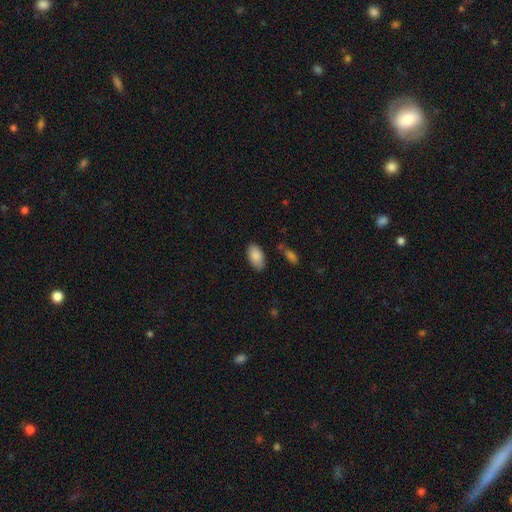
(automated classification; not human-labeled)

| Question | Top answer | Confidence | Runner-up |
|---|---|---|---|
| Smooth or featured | smooth | 88% | star or artifact (6%) |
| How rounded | in between | 94% | round (4%) |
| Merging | none | 79% | minor disturbance (15%) |